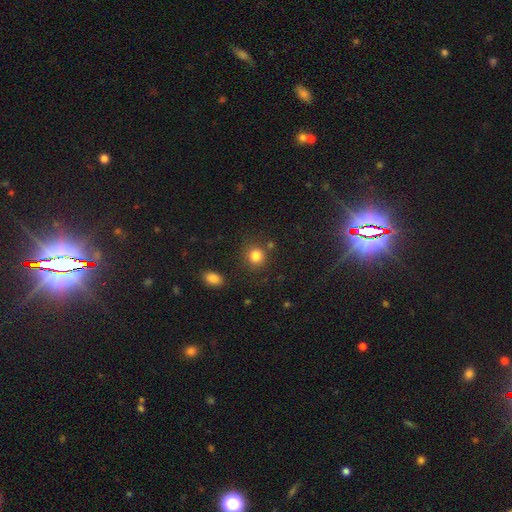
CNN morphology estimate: type=smooth (83%); roundness=round (81%); merging=none (78%).